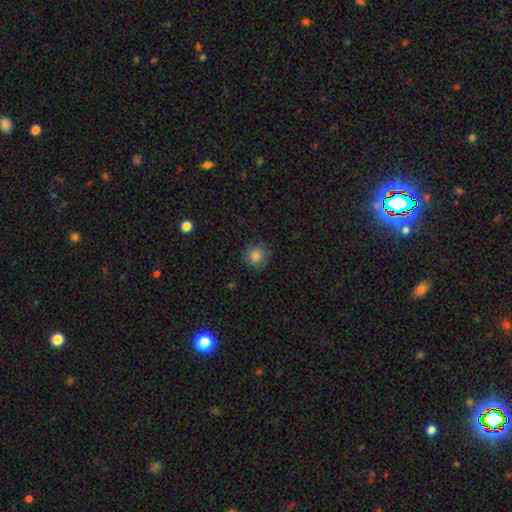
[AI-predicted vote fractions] Q: Smooth or featured?
A: smooth (83%); runner-up: star or artifact (10%)
Q: How rounded?
A: round (89%); runner-up: in between (10%)
Q: Merging?
A: none (82%); runner-up: minor disturbance (13%)